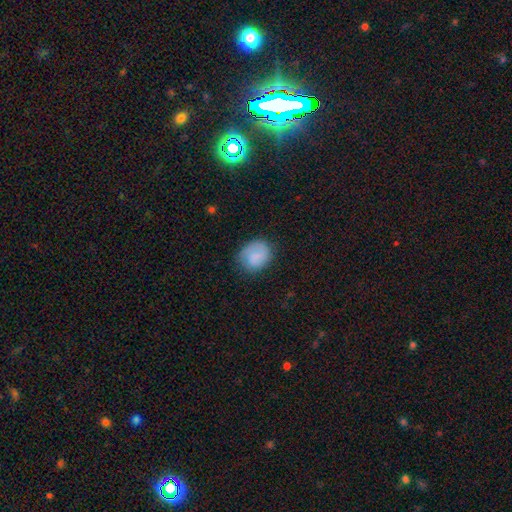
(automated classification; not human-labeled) smooth-or-featured: smooth: 73% | featured or disk: 20% | star or artifact: 7%
  how-rounded: round: 58% | in between: 41% | cigar-shaped: 1%
  merging: none: 69% | minor disturbance: 22% | major disturbance: 8% | merger: 1%